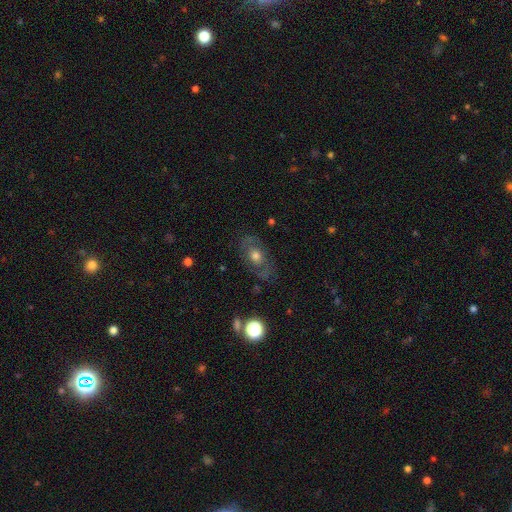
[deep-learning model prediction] featured or disk 51%, smooth 38%, star or artifact 11%. Down the decision tree: edge-on disk — no (91%); merging — none (71%).